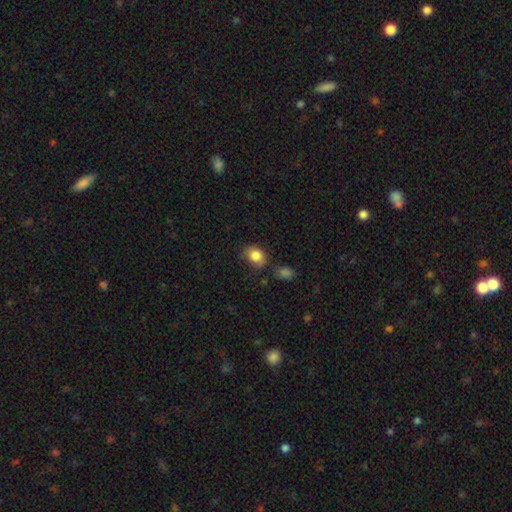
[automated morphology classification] This is clearly a smooth galaxy (84%). How rounded: possibly in between (57%). Merging: likely none (63%).